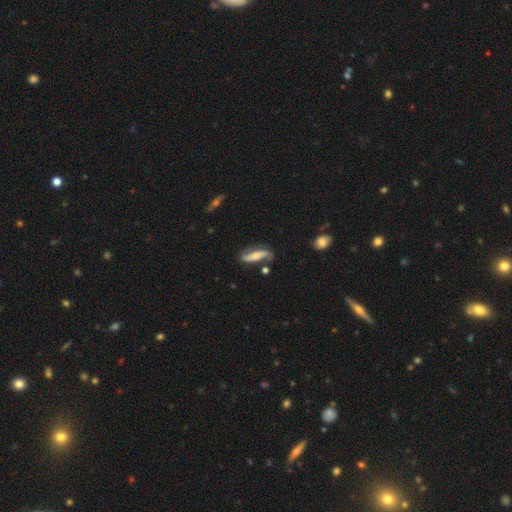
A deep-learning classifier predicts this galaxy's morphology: featured or disk 67%, smooth 27%, star or artifact 6%. Down the decision tree: edge-on disk — no (73%); merging — none (68%).